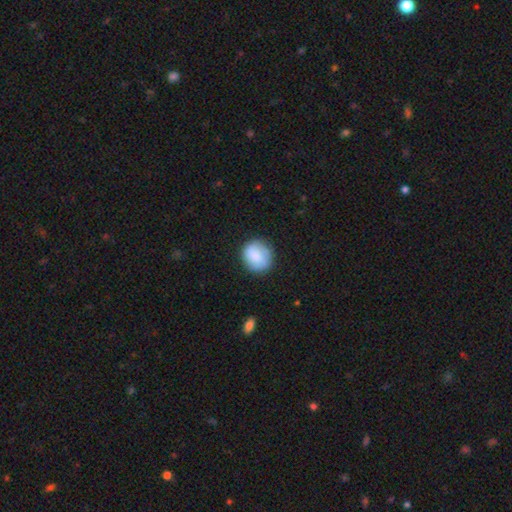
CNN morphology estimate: This is likely a smooth galaxy (80%). How rounded: clearly round (80%). Merging: clearly none (81%).